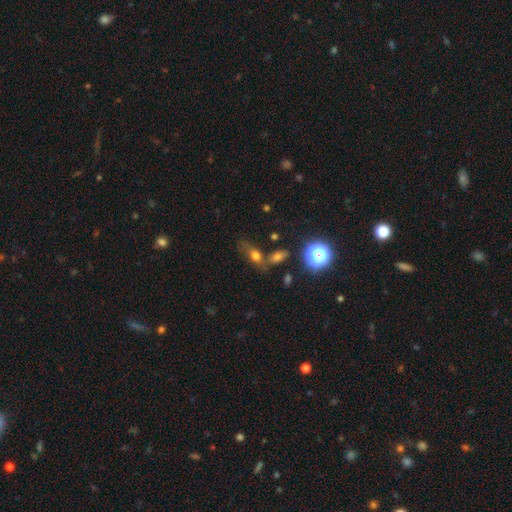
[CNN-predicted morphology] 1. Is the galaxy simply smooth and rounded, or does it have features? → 66% smooth, 18% star or artifact, 16% featured or disk.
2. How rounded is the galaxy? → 71% in between, 20% round, 9% cigar-shaped.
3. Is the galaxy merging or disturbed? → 46% none, 32% merger, 14% minor disturbance, 8% major disturbance.